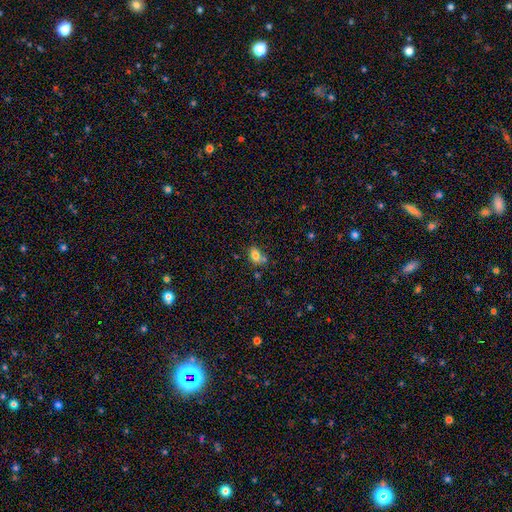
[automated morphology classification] smooth_or_featured: smooth (p=0.79) [alt: star or artifact p=0.11]
how_rounded: in between (p=0.68) [alt: round p=0.30]
merging: none (p=0.54) [alt: merger p=0.22]